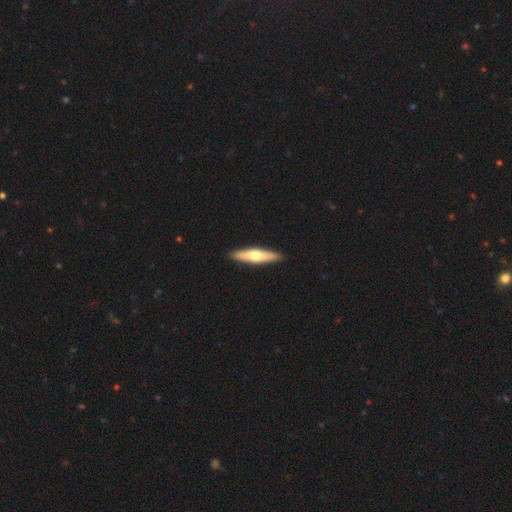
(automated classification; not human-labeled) smooth_or_featured: smooth (p=0.51) [alt: featured or disk p=0.45]
how_rounded: cigar-shaped (p=0.78) [alt: in between p=0.20]
merging: none (p=0.91) [alt: minor disturbance p=0.06]